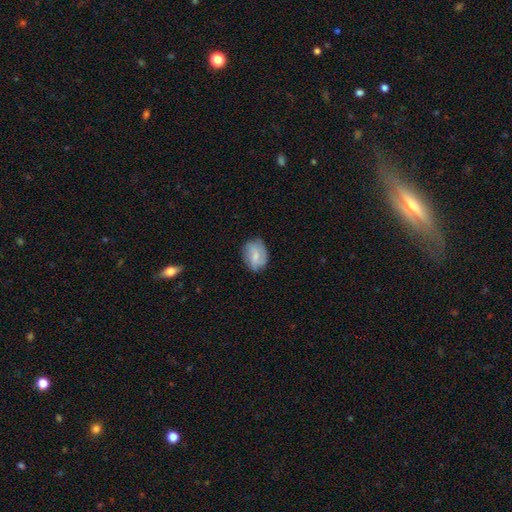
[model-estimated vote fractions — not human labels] Q: Smooth or featured?
A: smooth (55%); runner-up: featured or disk (37%)
Q: How rounded?
A: in between (62%); runner-up: round (36%)
Q: Merging?
A: none (74%); runner-up: minor disturbance (20%)